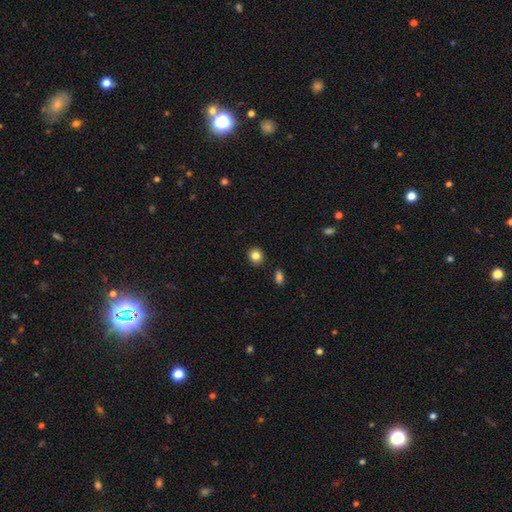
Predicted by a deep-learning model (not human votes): Morphology: type=smooth (84%); roundness=round (86%); merging=none (90%).